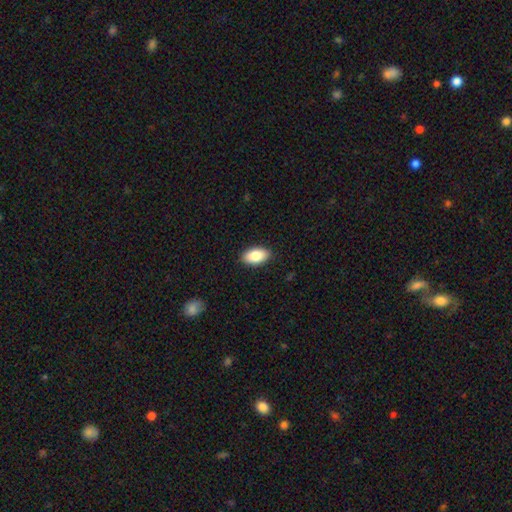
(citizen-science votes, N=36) Overall: smooth (94%). How rounded: in between (97%). Merging: none (94%).